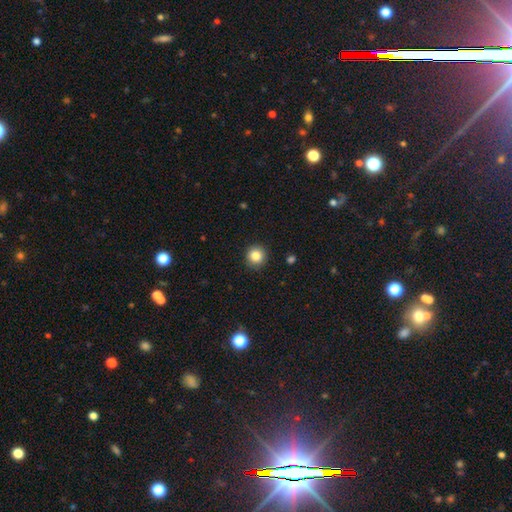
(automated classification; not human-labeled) The model was most divided on "smooth or featured": smooth: 84%, star or artifact: 11%, featured or disk: 5%. More confident: how rounded — round (94%); merging — none (90%).